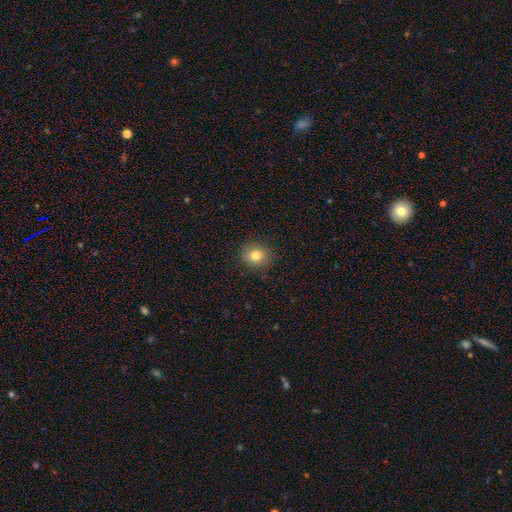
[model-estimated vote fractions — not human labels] smooth-or-featured: smooth: 79% | star or artifact: 12% | featured or disk: 10%
  how-rounded: round: 77% | in between: 22% | cigar-shaped: 1%
  merging: none: 88% | minor disturbance: 9% | major disturbance: 3% | merger: 1%